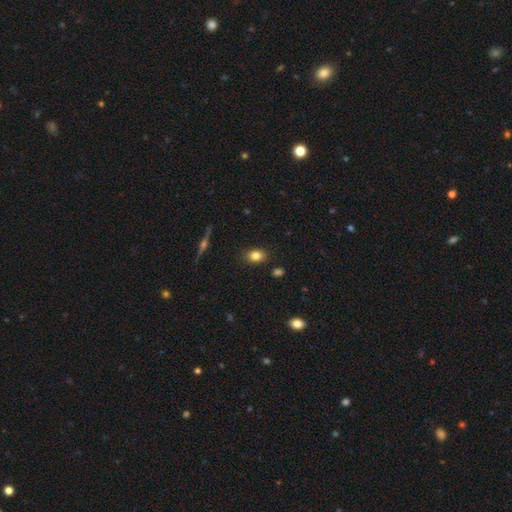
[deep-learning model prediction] Q: Smooth or featured?
A: smooth (81%); runner-up: featured or disk (10%)
Q: How rounded?
A: in between (70%); runner-up: round (28%)
Q: Merging?
A: none (87%); runner-up: minor disturbance (10%)